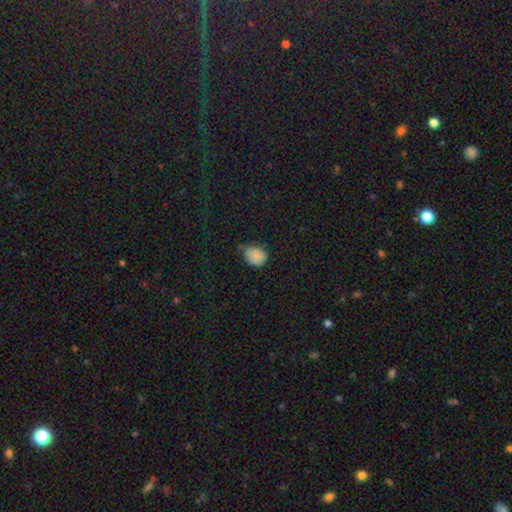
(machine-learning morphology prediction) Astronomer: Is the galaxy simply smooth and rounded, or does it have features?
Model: smooth — 84%.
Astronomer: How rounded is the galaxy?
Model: in between — 54% (runner-up: round, 45%).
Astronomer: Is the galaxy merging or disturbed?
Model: none — 47% (runner-up: minor disturbance, 43%).